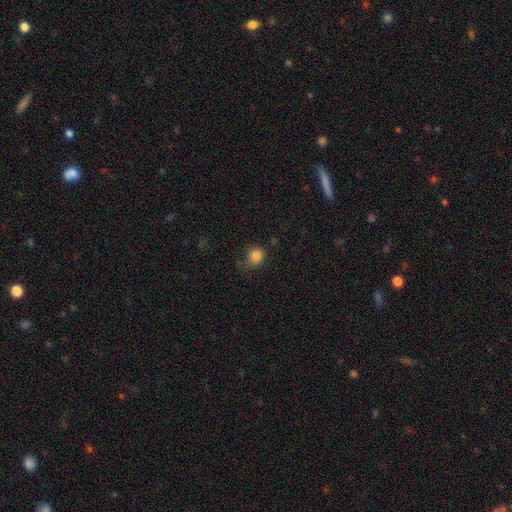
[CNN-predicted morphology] smooth_or_featured: smooth (p=0.84) [alt: star or artifact p=0.12]
how_rounded: round (p=0.81) [alt: in between p=0.18]
merging: none (p=0.53) [alt: minor disturbance p=0.29]